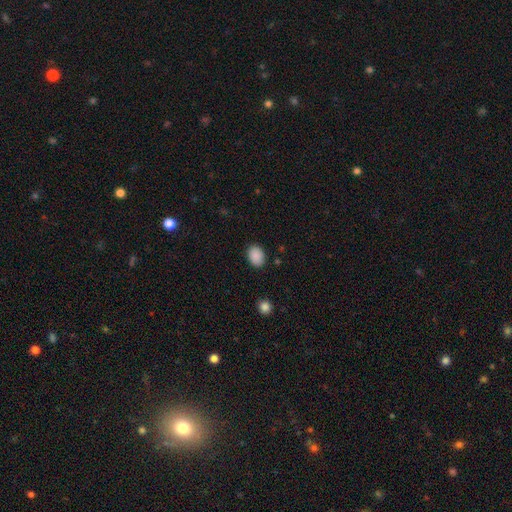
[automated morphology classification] A smooth galaxy with no disk features (89%) that is in between round and cigar-shaped (67%). Merging: none (86%).